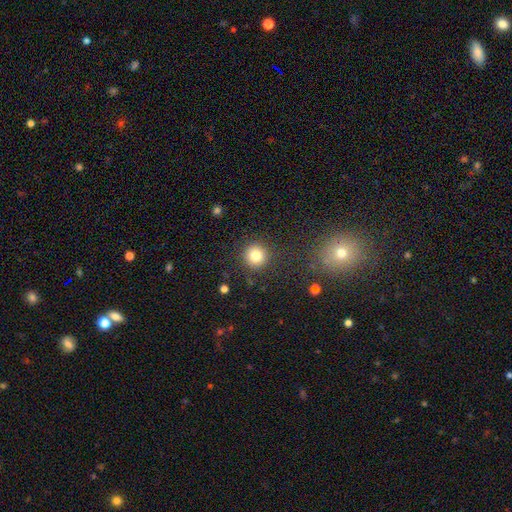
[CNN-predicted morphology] smooth 81%, star or artifact 12%, featured or disk 7%. Down the decision tree: how rounded — round (94%); merging — none (89%).